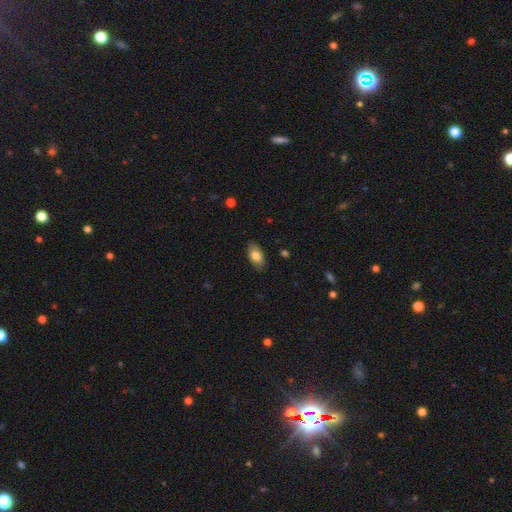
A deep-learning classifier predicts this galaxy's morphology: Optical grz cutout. It shows a smooth galaxy with no disk features (79%) that is in between round and cigar-shaped (93%). Merging: none (85%).